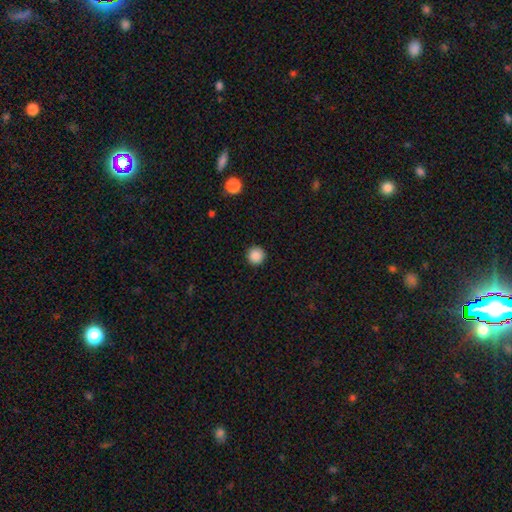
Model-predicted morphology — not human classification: A smooth galaxy with no disk features (88%) that is round (96%).

Vote fractions:
- Smooth or featured? smooth: 88% / star or artifact: 10% / featured or disk: 3%
- How rounded? round: 96% / in between: 3% / cigar-shaped: 1%
- Merging? none: 93% / minor disturbance: 4% / major disturbance: 2% / merger: 1%